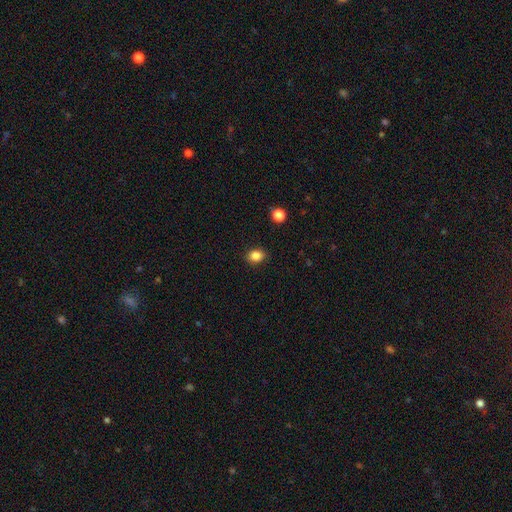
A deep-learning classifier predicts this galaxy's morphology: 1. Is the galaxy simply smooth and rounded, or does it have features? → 85% smooth, 11% star or artifact, 4% featured or disk.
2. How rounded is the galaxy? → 54% in between, 45% round, 1% cigar-shaped.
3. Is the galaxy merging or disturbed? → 89% none, 8% minor disturbance, 2% major disturbance, 1% merger.